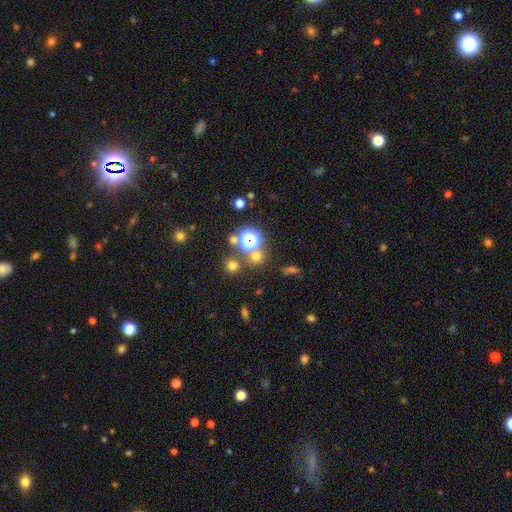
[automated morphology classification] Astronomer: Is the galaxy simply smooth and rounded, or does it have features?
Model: smooth — 60%.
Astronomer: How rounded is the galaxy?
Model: round — 87%.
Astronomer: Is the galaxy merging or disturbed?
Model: none — 72%.